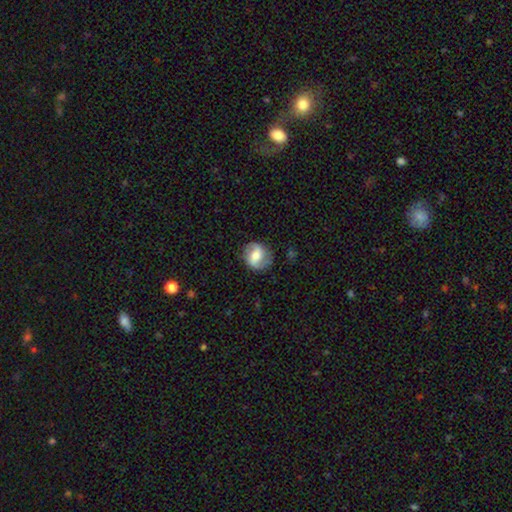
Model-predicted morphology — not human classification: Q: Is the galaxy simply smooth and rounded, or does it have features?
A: featured or disk — 64%.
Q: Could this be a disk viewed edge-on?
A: no — 96%.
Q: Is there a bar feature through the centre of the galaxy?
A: weak — 40%.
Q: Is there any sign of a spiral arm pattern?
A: yes — 84%.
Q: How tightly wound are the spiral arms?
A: medium — 42%.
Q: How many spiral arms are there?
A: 2 — 87%.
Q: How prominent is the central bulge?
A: moderate — 61%.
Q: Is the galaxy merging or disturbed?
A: none — 80%.